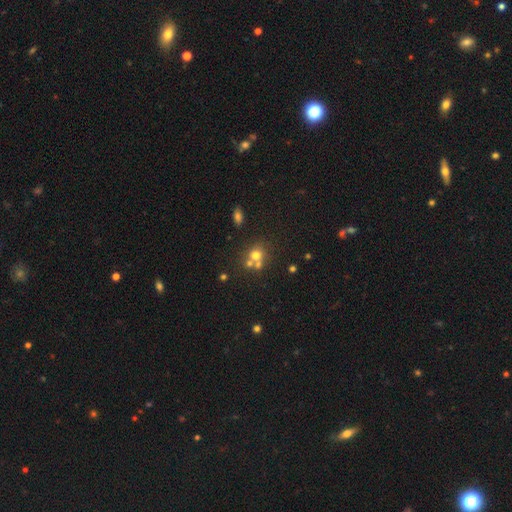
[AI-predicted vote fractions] Smooth or featured? Predicted: smooth (p=0.64). How rounded? Predicted: round (p=0.80). Merging? Predicted: none (p=0.47).